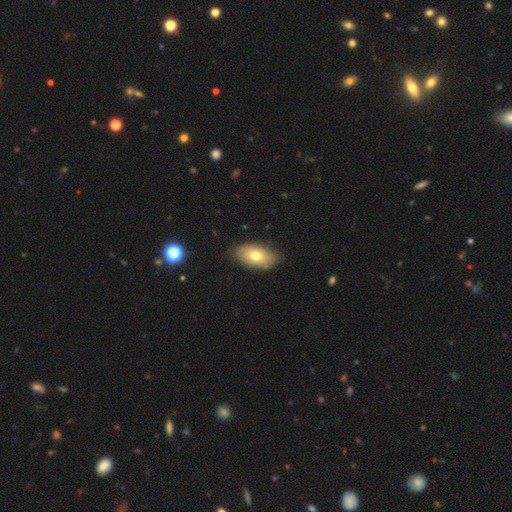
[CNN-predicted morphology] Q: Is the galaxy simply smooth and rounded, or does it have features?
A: smooth — 71%.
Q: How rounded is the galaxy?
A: in between — 92%.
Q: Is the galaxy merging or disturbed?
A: none — 83%.